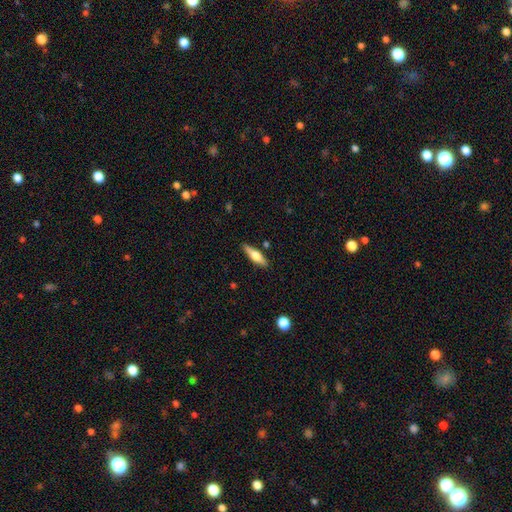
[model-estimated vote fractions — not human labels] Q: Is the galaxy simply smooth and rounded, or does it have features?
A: smooth — 50%.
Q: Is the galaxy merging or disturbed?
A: none — 85%.